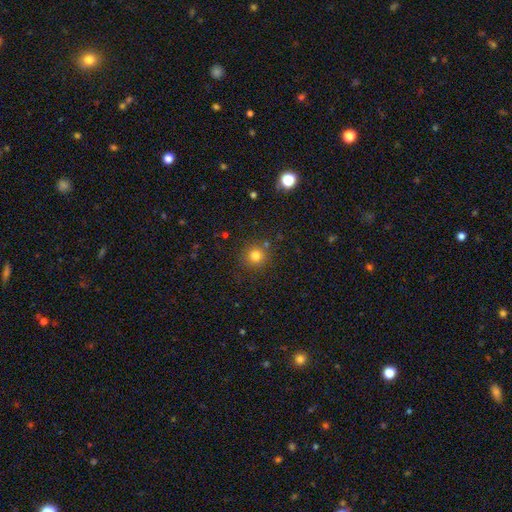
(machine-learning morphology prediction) A smooth galaxy with no disk features (81%) that is round (93%). Merging: none (86%).